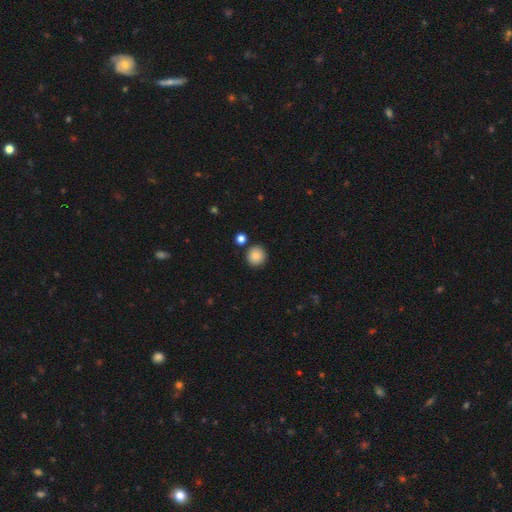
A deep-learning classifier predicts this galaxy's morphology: smooth-or-featured: smooth: 84% | star or artifact: 9% | featured or disk: 7%
  how-rounded: round: 93% | in between: 6% | cigar-shaped: 1%
  merging: none: 87% | minor disturbance: 7% | merger: 5% | major disturbance: 2%